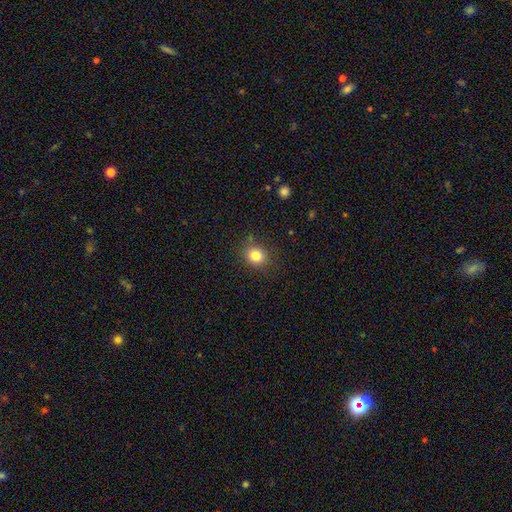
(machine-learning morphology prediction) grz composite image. It shows a smooth galaxy with no disk features (81%) that is round (76%). Merging: none (84%).